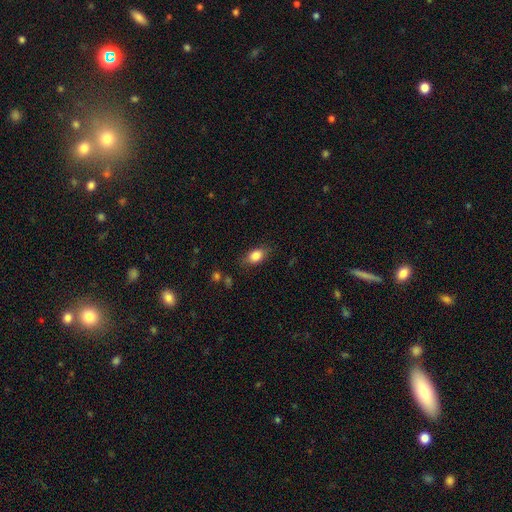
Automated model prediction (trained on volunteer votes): Smooth or featured? Predicted: smooth (p=0.84). How rounded? Predicted: in between (p=0.83). Merging? Predicted: none (p=0.80).